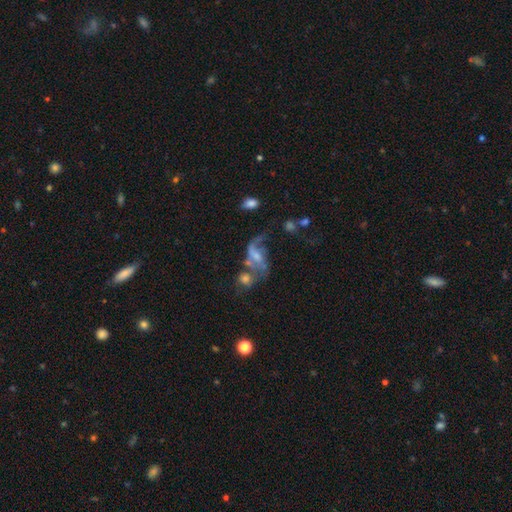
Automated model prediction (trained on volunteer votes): Smooth or featured? Predicted: featured or disk (p=0.65). Edge-on disk? Predicted: no (p=0.94). Bar? Predicted: no (p=0.47). Spiral arms? Predicted: yes (p=0.73). Bulge size? Predicted: small (p=0.43). Merging? Predicted: merger (p=0.33).